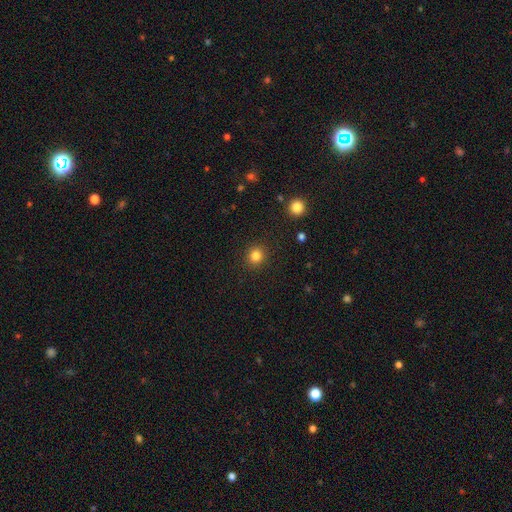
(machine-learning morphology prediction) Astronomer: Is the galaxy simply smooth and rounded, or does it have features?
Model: smooth — 82%.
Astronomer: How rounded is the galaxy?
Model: round — 89%.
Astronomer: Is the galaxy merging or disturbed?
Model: none — 91%.